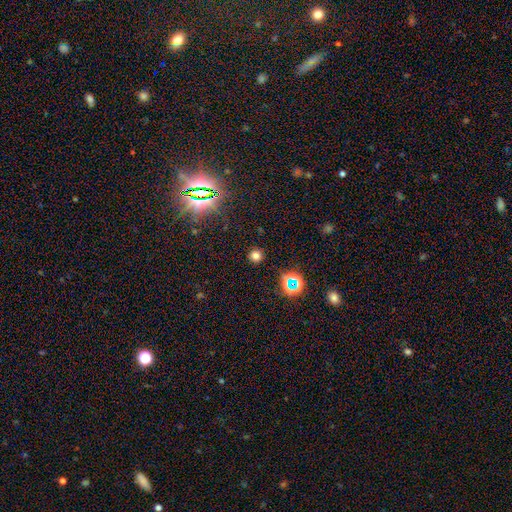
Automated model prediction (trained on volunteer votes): Smooth or featured: smooth — 71% (star or artifact — 24%)
How rounded: round — 93% (in between — 6%)
Merging: none — 90% (minor disturbance — 6%)